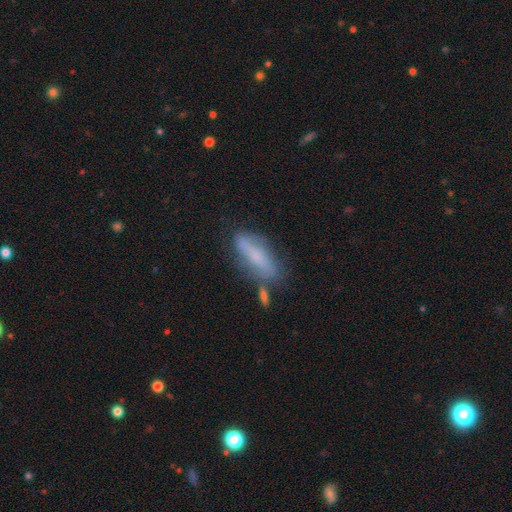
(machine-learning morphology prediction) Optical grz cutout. It shows a smooth galaxy with no disk features (57%) that is in between round and cigar-shaped (49%, tied with cigar-shaped). Merging: none (61%).